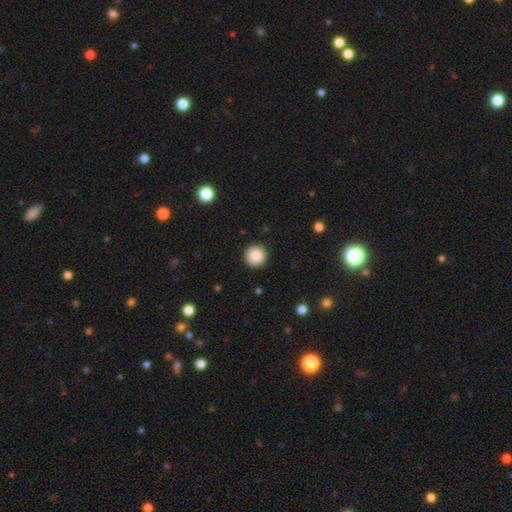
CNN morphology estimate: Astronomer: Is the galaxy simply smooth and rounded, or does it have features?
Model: smooth — 88%.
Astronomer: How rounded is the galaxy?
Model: round — 96%.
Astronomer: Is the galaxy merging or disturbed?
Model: none — 92%.